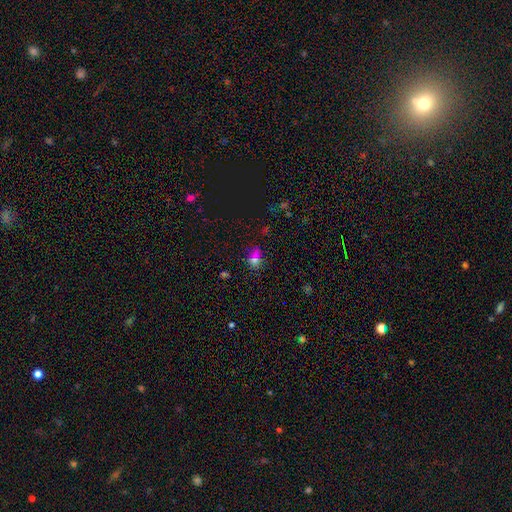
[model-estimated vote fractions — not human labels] The model was most divided on "how rounded": round: 52%, in between: 45%, cigar-shaped: 3%. More confident: merging — none (60%); smooth or featured — smooth (59%).